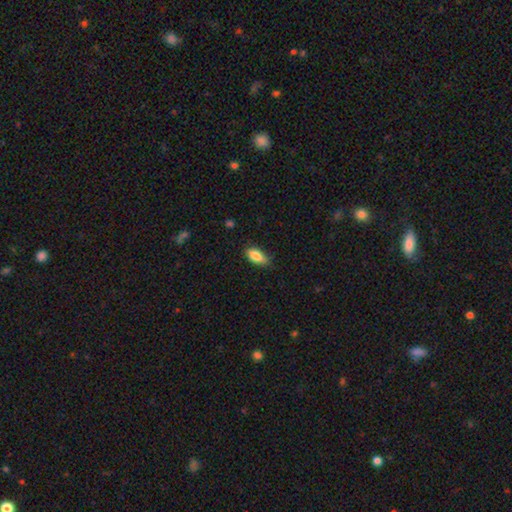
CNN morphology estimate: smooth 86%, star or artifact 7%, featured or disk 7%. Down the decision tree: how rounded — in between (88%); merging — none (70%).